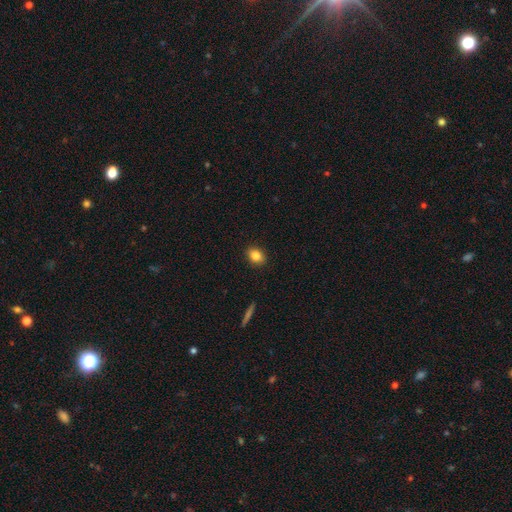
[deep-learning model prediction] This is clearly a smooth galaxy (85%). How rounded: likely in between (69%). Merging: clearly none (90%).